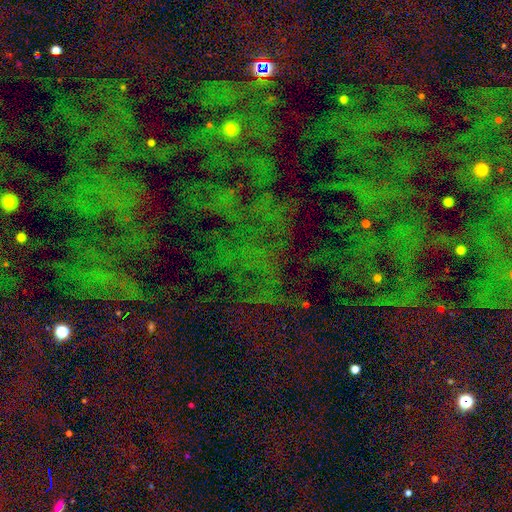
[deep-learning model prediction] Smooth or featured?
  - star or artifact: 80% *
  - smooth: 12%
  - featured or disk: 8%